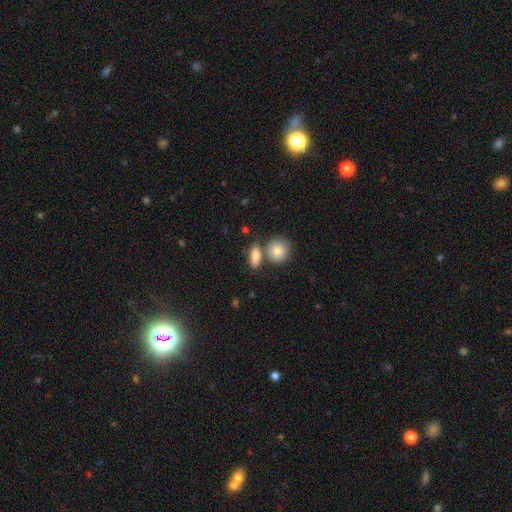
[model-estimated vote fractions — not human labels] Smooth or featured? Predicted: smooth (p=0.85). How rounded? Predicted: in between (p=0.75). Merging? Predicted: none (p=0.57).